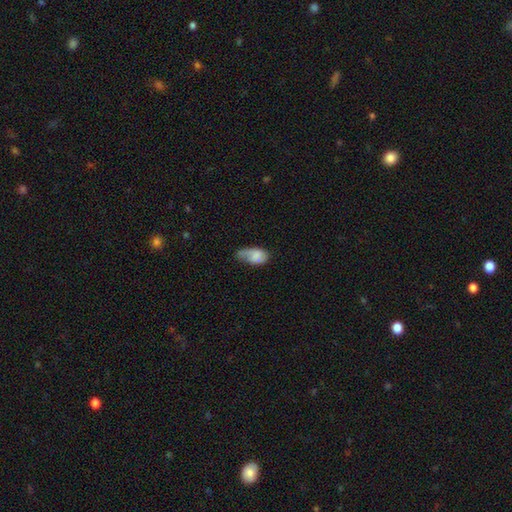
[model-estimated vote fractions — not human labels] smooth-or-featured: smooth: 63% | featured or disk: 29% | star or artifact: 8%
  how-rounded: in between: 91% | round: 6% | cigar-shaped: 3%
  merging: minor disturbance: 39% | none: 32% | major disturbance: 26% | merger: 3%